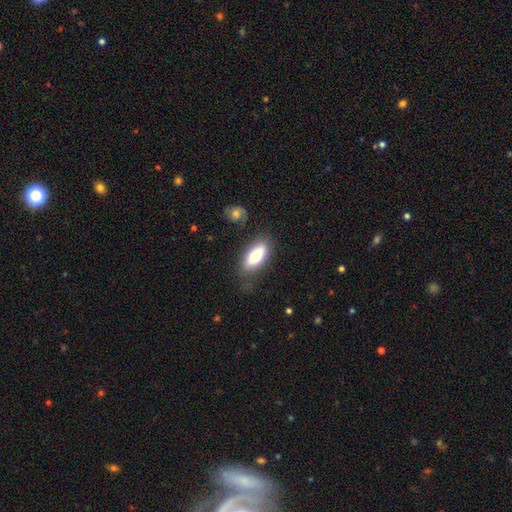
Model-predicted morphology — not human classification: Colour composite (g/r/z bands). It shows a smooth galaxy with no disk features (80%) that is in between round and cigar-shaped (78%). Merging: none (77%).